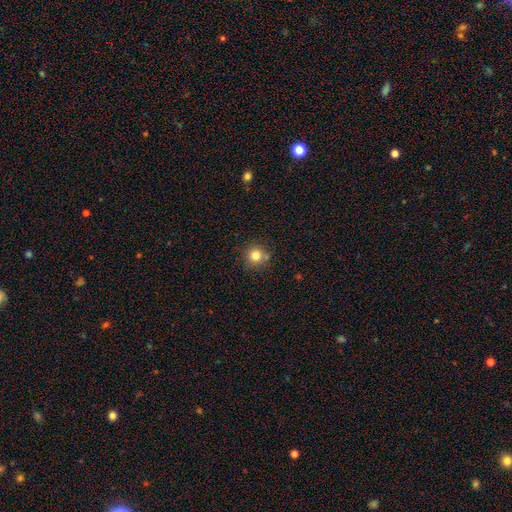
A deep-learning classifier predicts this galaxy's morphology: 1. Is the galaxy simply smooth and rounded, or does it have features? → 80% smooth, 13% star or artifact, 8% featured or disk.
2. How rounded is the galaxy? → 93% round, 6% in between, 1% cigar-shaped.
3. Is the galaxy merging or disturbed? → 79% none, 11% minor disturbance, 7% merger, 3% major disturbance.